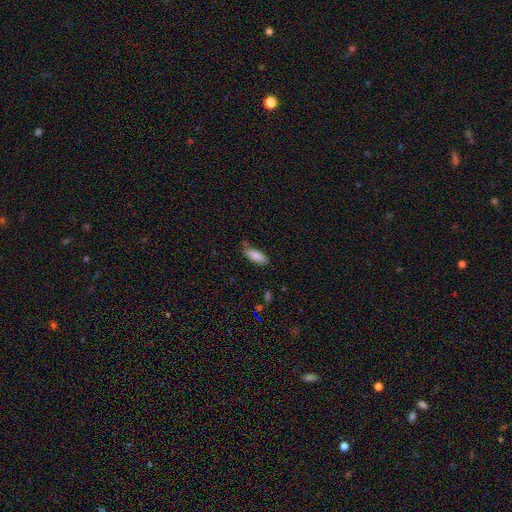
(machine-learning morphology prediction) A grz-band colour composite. It shows a smooth galaxy with no disk features (87%) that is in between round and cigar-shaped (76%). Merging: none (63%).